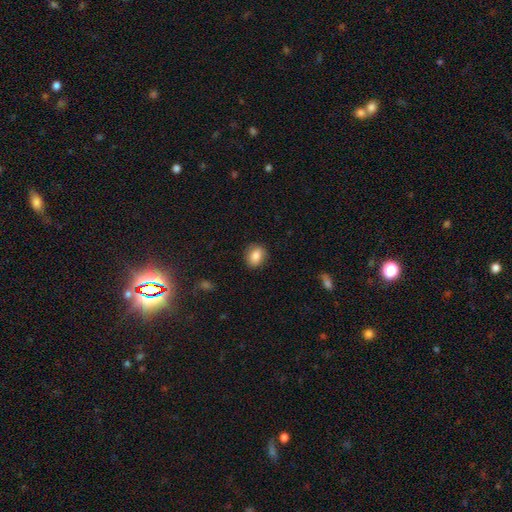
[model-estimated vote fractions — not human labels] Overall: smooth (85%). How rounded: round (50%; in between 49%). Merging: none (86%).